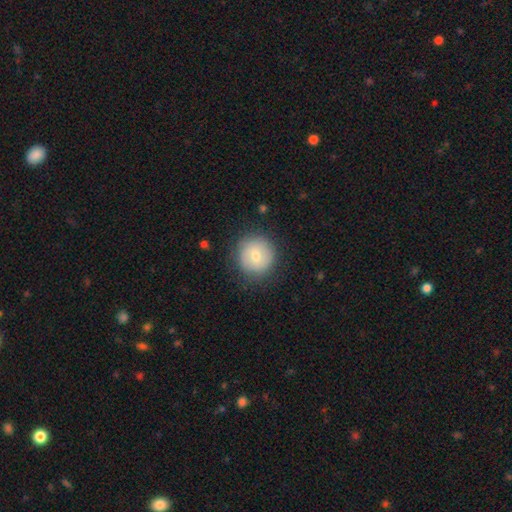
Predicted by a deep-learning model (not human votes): Smooth or featured? Predicted: smooth (p=0.68). How rounded? Predicted: round (p=0.94). Merging? Predicted: none (p=0.85).